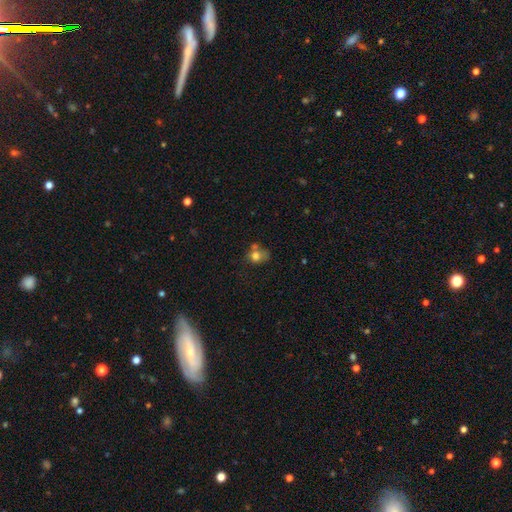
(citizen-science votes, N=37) smooth 70%, featured or disk 22%, star or artifact 8%. Down the decision tree: how rounded — in between (54%); merging — none (41%).